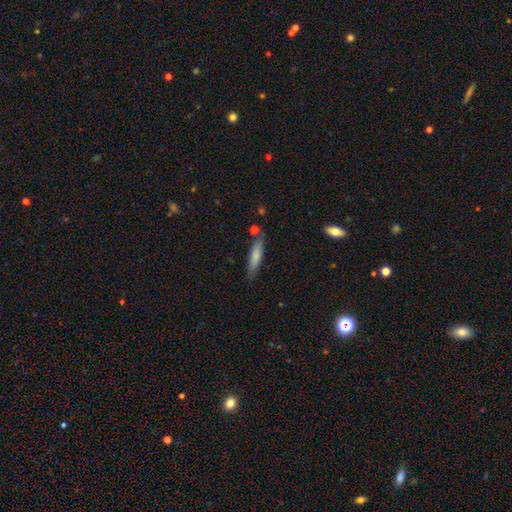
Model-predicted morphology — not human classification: smooth_or_featured: smooth (p=0.73) [alt: featured or disk p=0.21]
how_rounded: cigar-shaped (p=0.81) [alt: in between p=0.17]
merging: none (p=0.77) [alt: minor disturbance p=0.15]